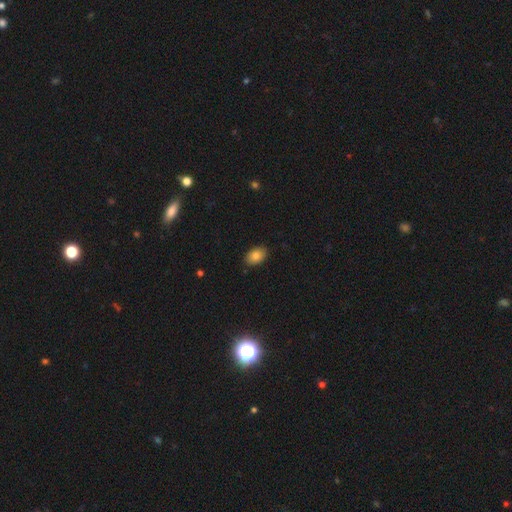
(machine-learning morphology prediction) Smooth or featured? smooth (84%)
How rounded? in between (87%)
Merging? none (87%)